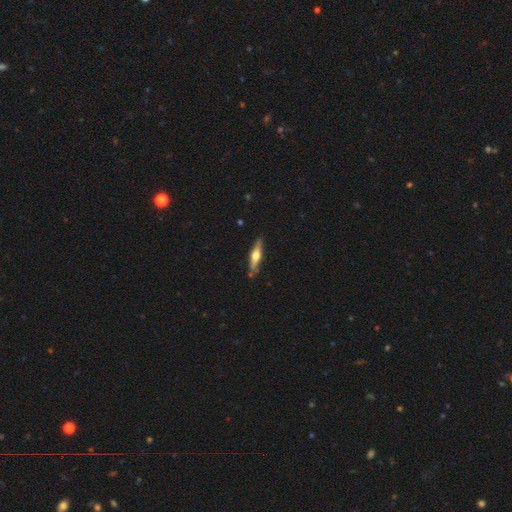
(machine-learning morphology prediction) Overall: featured or disk (54%; smooth 41%). Edge-on disk: yes (93%). Merging: none (83%).